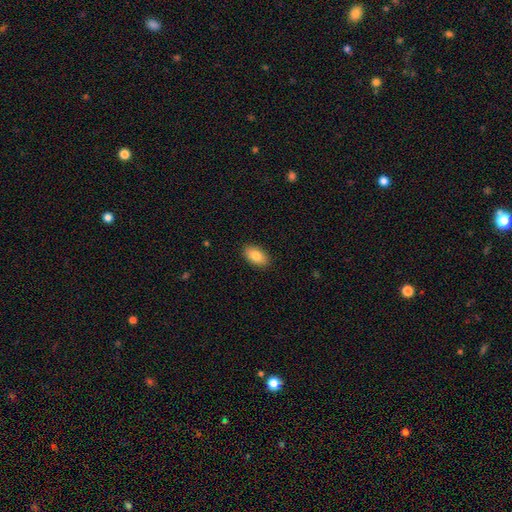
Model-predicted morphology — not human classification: Overall: smooth (84%). How rounded: in between (93%). Merging: none (89%).